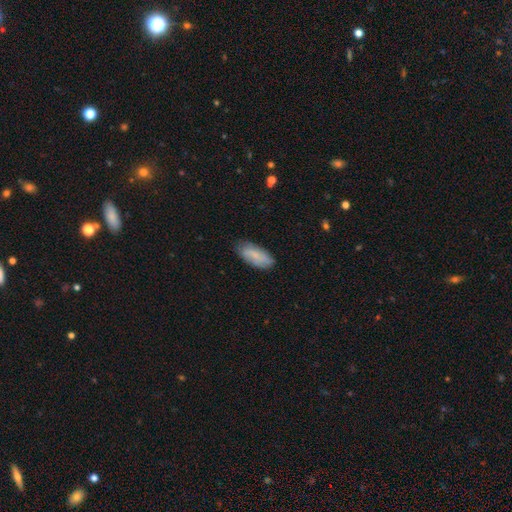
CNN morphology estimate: smooth-or-featured: smooth: 74% | featured or disk: 19% | star or artifact: 7%
  how-rounded: in between: 85% | cigar-shaped: 13% | round: 2%
  merging: none: 74% | minor disturbance: 20% | major disturbance: 4% | merger: 1%